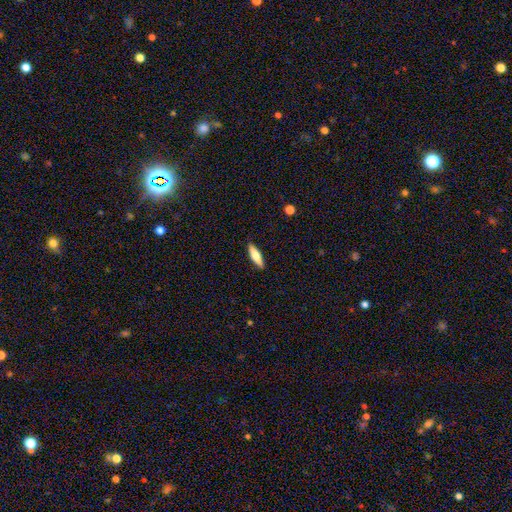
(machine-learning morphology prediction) A smooth galaxy with no disk features (72%) that is cigar-shaped (62%).

Vote fractions:
- Smooth or featured? smooth: 72% / featured or disk: 22% / star or artifact: 6%
- How rounded? cigar-shaped: 62% / in between: 36% / round: 2%
- Merging? none: 89% / minor disturbance: 8% / major disturbance: 2% / merger: 1%